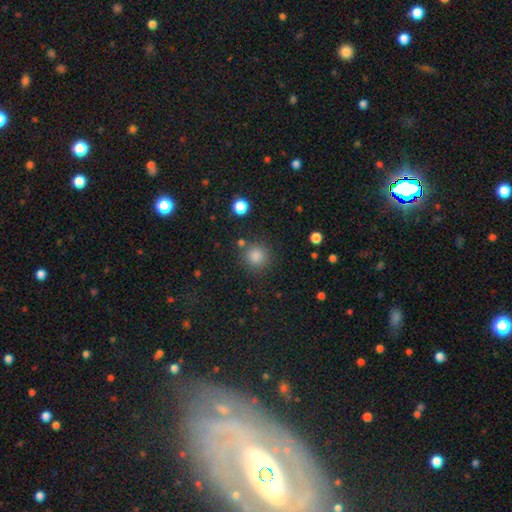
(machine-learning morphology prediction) Smooth or featured? Predicted: smooth (p=0.82). How rounded? Predicted: round (p=0.93). Merging? Predicted: none (p=0.84).